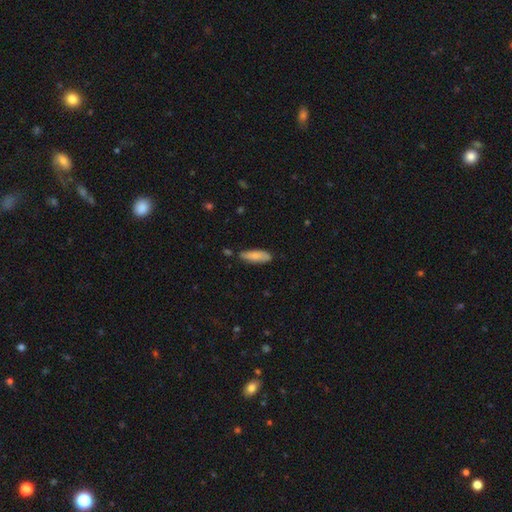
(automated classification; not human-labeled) Smooth or featured? Predicted: smooth (p=0.81). How rounded? Predicted: in between (p=0.54). Merging? Predicted: none (p=0.74).